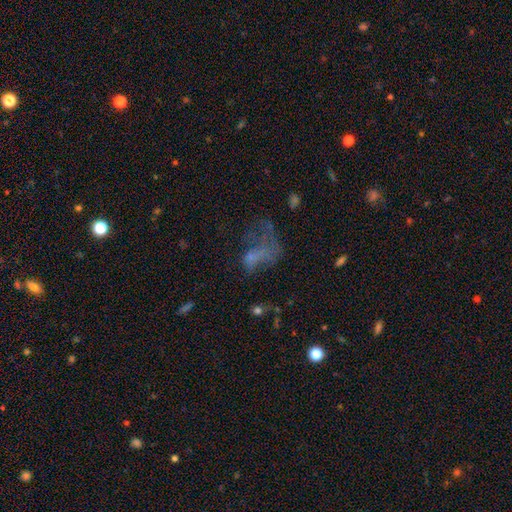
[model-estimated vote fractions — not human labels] Smooth or featured? smooth (39%)
Merging? major disturbance (54%)